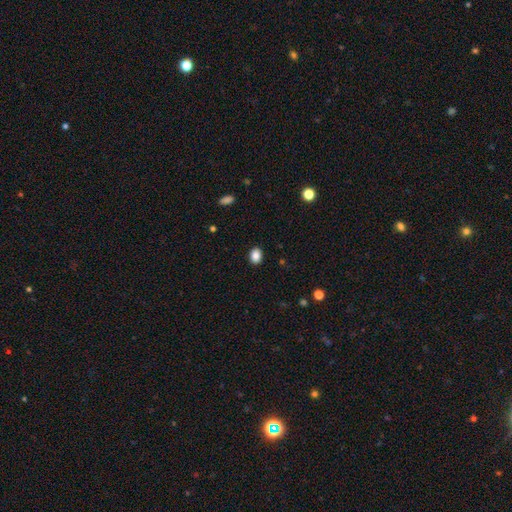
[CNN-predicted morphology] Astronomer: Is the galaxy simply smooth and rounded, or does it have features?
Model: smooth — 87%.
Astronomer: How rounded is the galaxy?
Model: in between — 63%.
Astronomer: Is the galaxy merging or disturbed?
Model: none — 91%.